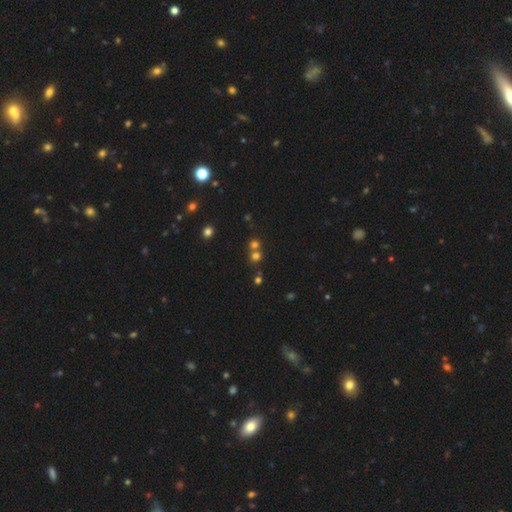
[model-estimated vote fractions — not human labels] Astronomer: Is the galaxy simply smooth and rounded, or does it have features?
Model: smooth — 65%.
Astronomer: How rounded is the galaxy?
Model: round — 88%.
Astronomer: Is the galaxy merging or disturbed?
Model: none — 54% (runner-up: merger, 38%).